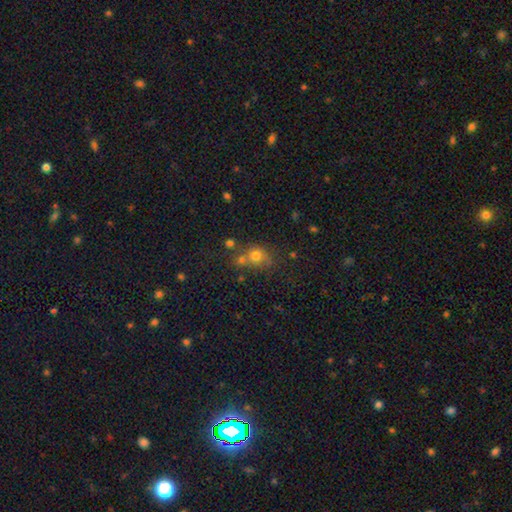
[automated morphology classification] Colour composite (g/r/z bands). It shows a smooth galaxy with no disk features (71%) that is round (74%). Merging: none (52%).